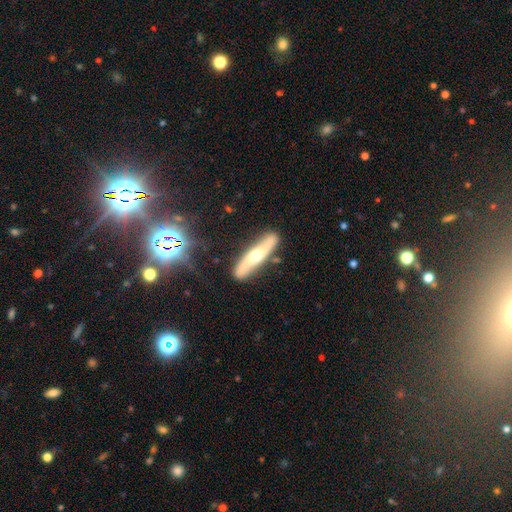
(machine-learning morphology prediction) Smooth or featured?
  - featured or disk: 61% *
  - smooth: 31%
  - star or artifact: 9%
Edge-on disk?
  - yes: 60% *
  - no: 40%
Merging?
  - none: 83% *
  - minor disturbance: 12%
  - major disturbance: 3%
  - merger: 2%